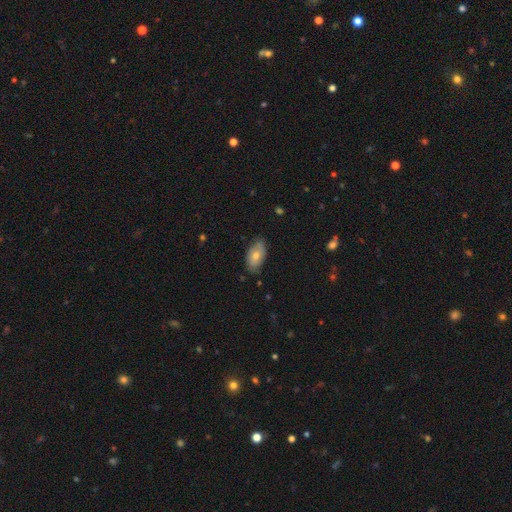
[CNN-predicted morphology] Smooth or featured: smooth — 64% (featured or disk — 29%)
How rounded: in between — 93% (round — 4%)
Merging: none — 73% (minor disturbance — 22%)